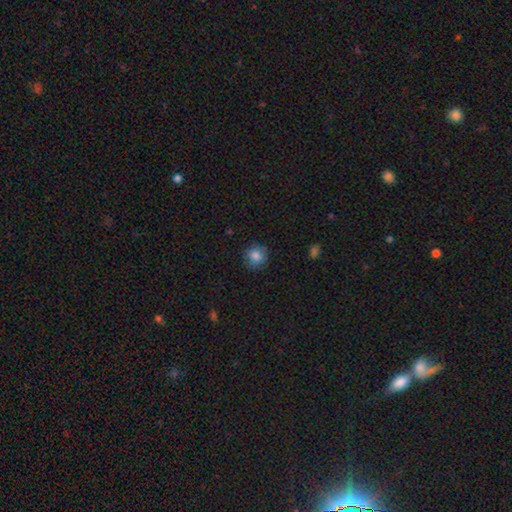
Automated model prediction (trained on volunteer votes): A smooth galaxy with no disk features (84%) that is round (88%). Merging: none (83%).